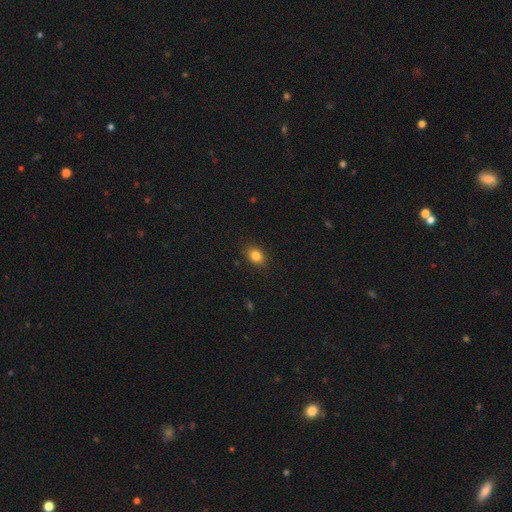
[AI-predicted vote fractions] Smooth or featured? Predicted: smooth (p=0.83). How rounded? Predicted: in between (p=0.64). Merging? Predicted: none (p=0.87).